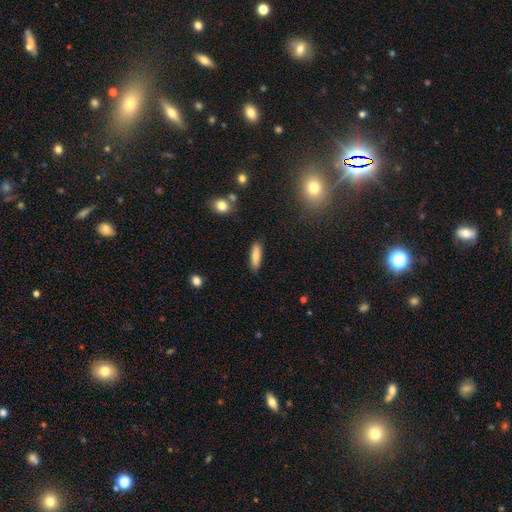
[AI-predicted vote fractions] Q: Smooth or featured?
A: smooth (77%); runner-up: featured or disk (16%)
Q: How rounded?
A: cigar-shaped (57%); runner-up: in between (41%)
Q: Merging?
A: none (86%); runner-up: minor disturbance (10%)